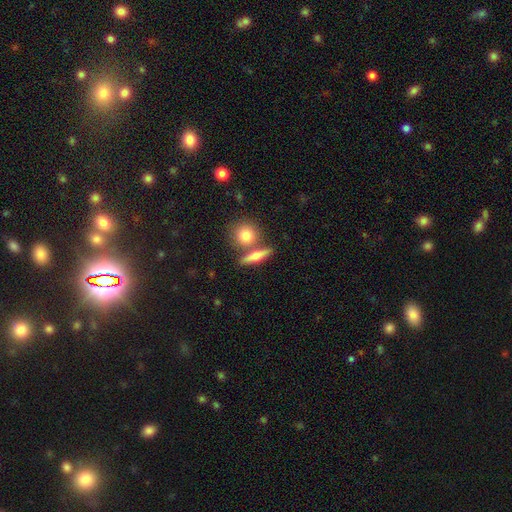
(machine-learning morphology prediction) smooth 53%, featured or disk 40%, star or artifact 7%. Down the decision tree: how rounded — cigar-shaped (49%); merging — none (71%).